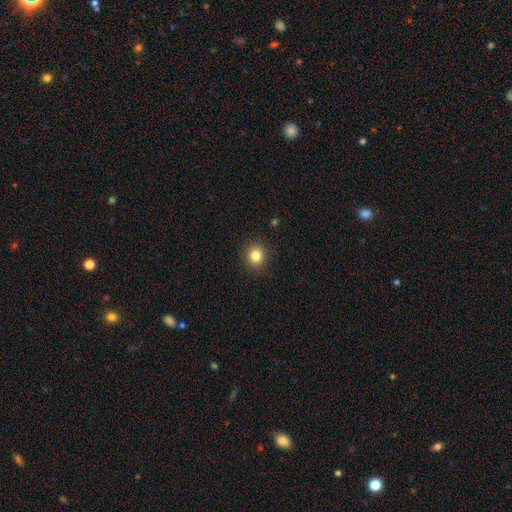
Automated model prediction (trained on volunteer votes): Smooth or featured?
  - smooth: 84% *
  - star or artifact: 11%
  - featured or disk: 5%
How rounded?
  - round: 89% *
  - in between: 10%
  - cigar-shaped: 1%
Merging?
  - none: 91% *
  - minor disturbance: 6%
  - major disturbance: 2%
  - merger: 1%